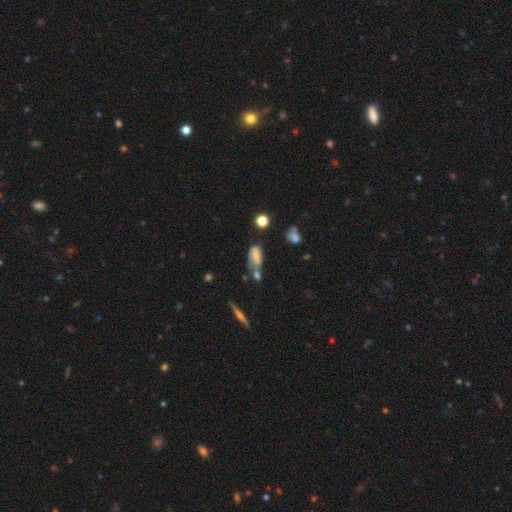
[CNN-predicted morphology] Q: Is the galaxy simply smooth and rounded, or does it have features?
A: smooth — 57%.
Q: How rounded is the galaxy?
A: in between — 84%.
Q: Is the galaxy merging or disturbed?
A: merger — 29%.